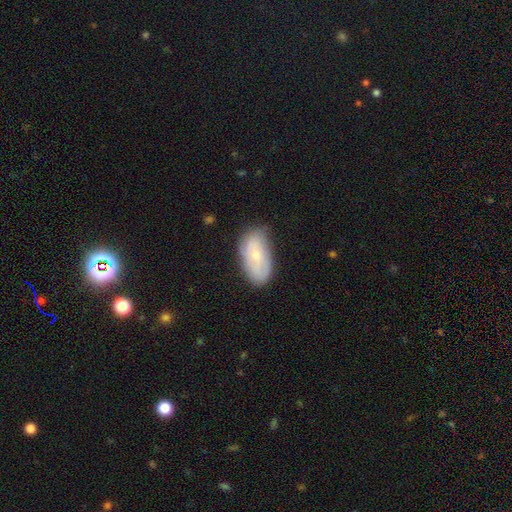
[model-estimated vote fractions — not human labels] Q: Smooth or featured?
A: smooth (59%); runner-up: featured or disk (34%)
Q: How rounded?
A: in between (93%); runner-up: round (4%)
Q: Merging?
A: none (67%); runner-up: minor disturbance (26%)